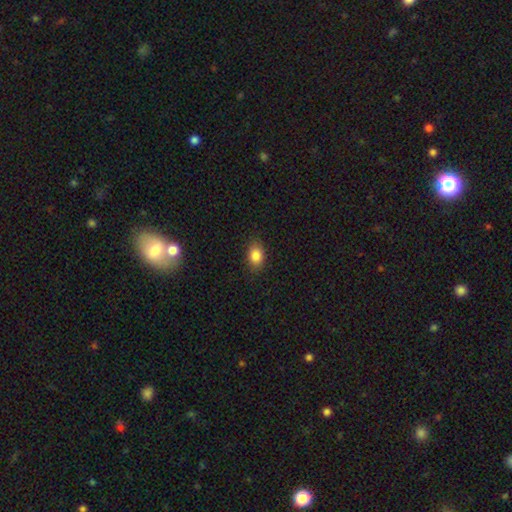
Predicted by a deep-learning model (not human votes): Overall: smooth (85%). How rounded: in between (72%). Merging: none (84%).